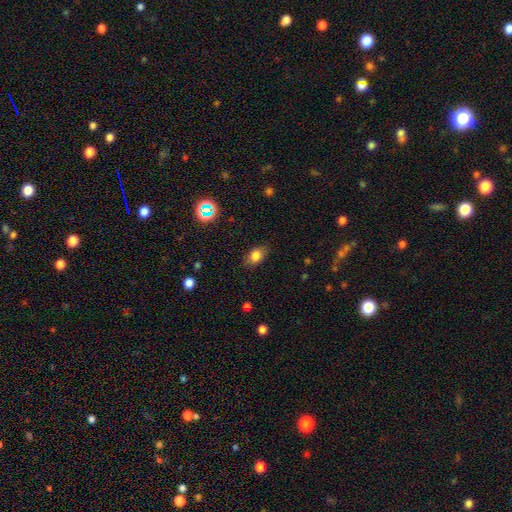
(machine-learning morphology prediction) smooth_or_featured: smooth (p=0.80) [alt: star or artifact p=0.11]
how_rounded: in between (p=0.81) [alt: round p=0.17]
merging: none (p=0.83) [alt: minor disturbance p=0.13]